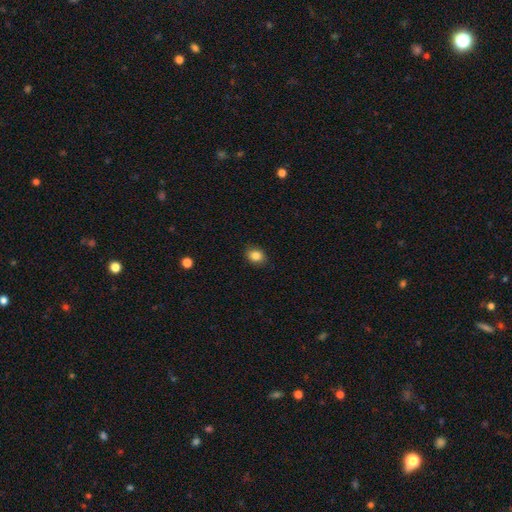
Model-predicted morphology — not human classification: A smooth galaxy with no disk features (85%) that is in between round and cigar-shaped (54%).

Vote fractions:
- Smooth or featured? smooth: 85% / star or artifact: 10% / featured or disk: 5%
- How rounded? in between: 54% / round: 45% / cigar-shaped: 1%
- Merging? none: 87% / minor disturbance: 10% / major disturbance: 2% / merger: 1%